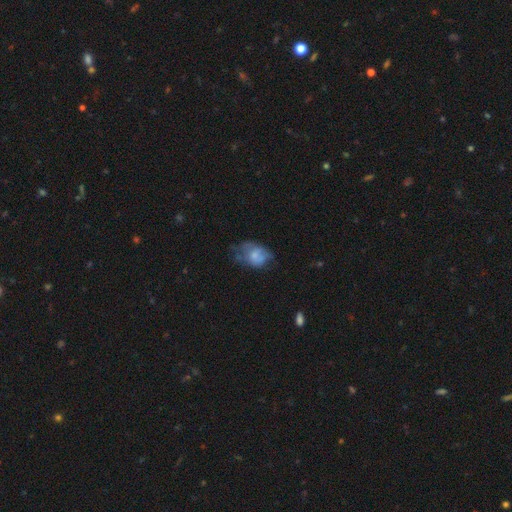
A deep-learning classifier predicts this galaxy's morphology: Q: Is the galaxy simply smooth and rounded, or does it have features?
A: smooth — 56%.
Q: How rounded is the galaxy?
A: in between — 76%.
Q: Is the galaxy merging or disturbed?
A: none — 33%.